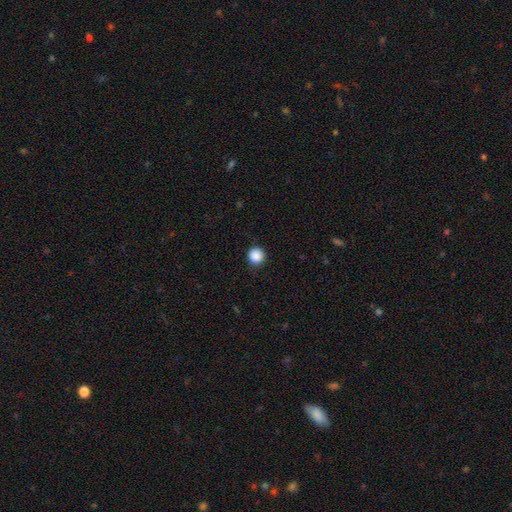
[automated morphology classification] This appears to be a smooth galaxy with no disk features (88%) that is round (96%). Merging: none (91%).